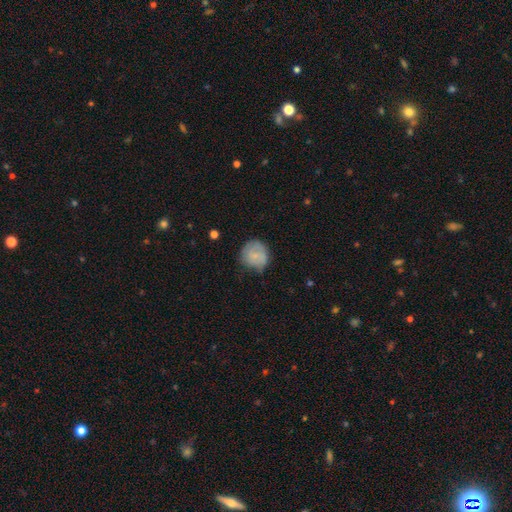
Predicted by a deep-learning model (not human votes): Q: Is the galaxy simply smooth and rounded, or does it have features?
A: smooth — 73%.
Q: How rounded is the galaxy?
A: round — 86%.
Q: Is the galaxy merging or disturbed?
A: none — 62%.